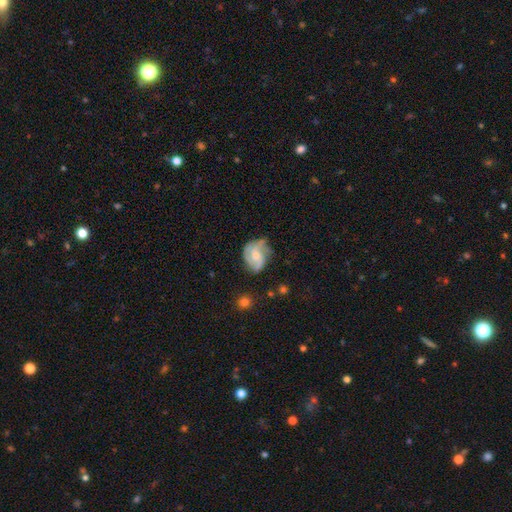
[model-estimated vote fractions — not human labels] A featured or disk galaxy (69%) with no bar (60%), 3 (37%) medium (44%) spiral arms (91%) and a moderate central bulge (41%).

Vote fractions:
- Smooth or featured? featured or disk: 69% / smooth: 24% / star or artifact: 7%
- Edge-on disk? no: 98% / yes: 2%
- Bar? no: 60% / weak: 35% / strong: 6%
- Spiral arms? yes: 91% / no: 9%
- Spiral winding? medium: 44% / tight: 38% / loose: 18%
- Spiral arm count? 3: 37% / 2: 29% / can't tell: 19% / 4: 6% / 1: 5% / more than 4: 3%
- Bulge size? moderate: 41% / small: 38% / none: 14% / large: 6% / dominant: 1%
- Merging? none: 55% / minor disturbance: 28% / major disturbance: 15% / merger: 3%